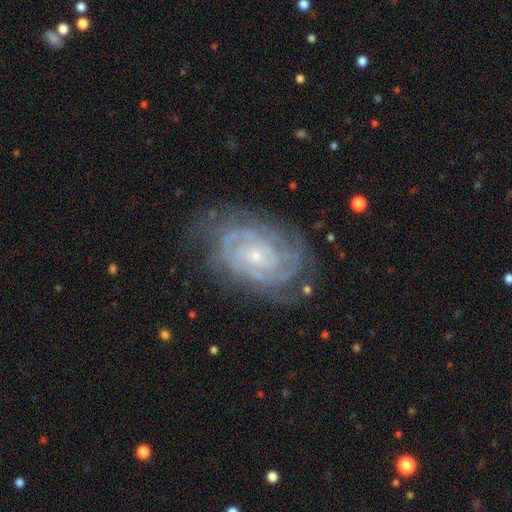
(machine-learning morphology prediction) smooth_or_featured: featured or disk (p=0.90) [alt: star or artifact p=0.05]
disk_edge_on: no (p=0.97) [alt: yes p=0.03]
bar: no (p=0.73) [alt: weak p=0.21]
has_spiral_arms: yes (p=0.98) [alt: no p=0.02]
spiral_winding: tight (p=0.79) [alt: medium p=0.18]
spiral_arm_count: can't tell (p=0.24) [alt: 4 p=0.21]
bulge_size: small (p=0.83) [alt: moderate p=0.13]
merging: none (p=0.72) [alt: minor disturbance p=0.19]